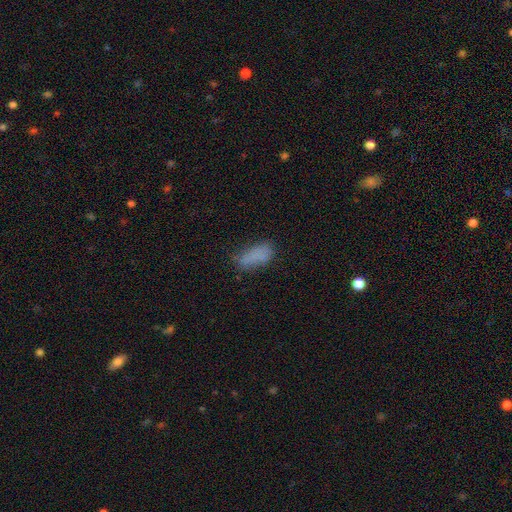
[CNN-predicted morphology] Q: Smooth or featured?
A: smooth (76%); runner-up: featured or disk (13%)
Q: How rounded?
A: in between (81%); runner-up: cigar-shaped (16%)
Q: Merging?
A: none (58%); runner-up: minor disturbance (27%)